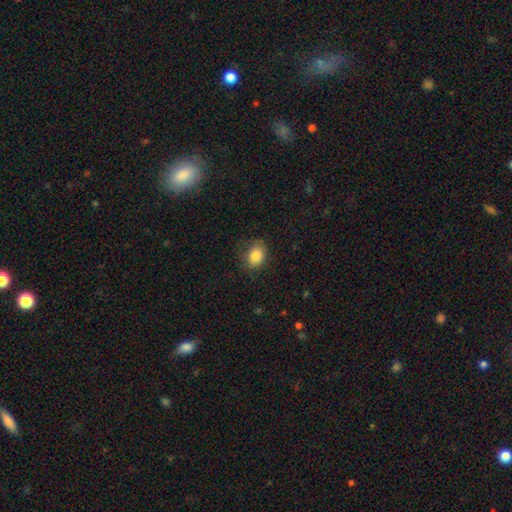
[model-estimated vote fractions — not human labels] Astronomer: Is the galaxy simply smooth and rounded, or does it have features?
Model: smooth — 84%.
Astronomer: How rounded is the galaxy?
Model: in between — 61% (runner-up: round, 38%).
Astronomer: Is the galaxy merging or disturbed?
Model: none — 77%.